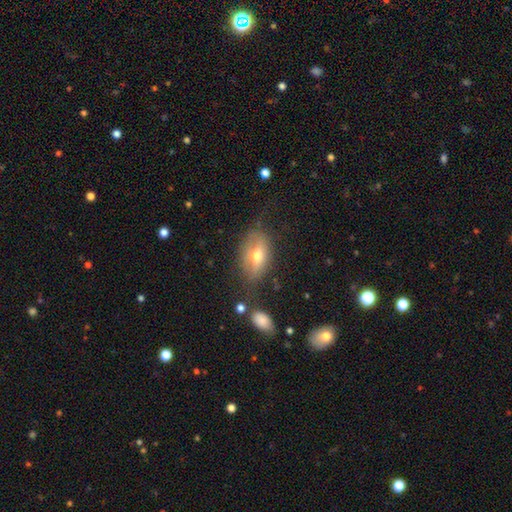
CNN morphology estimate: This is possibly a smooth galaxy (54%). How rounded: clearly in between (86%). Merging: possibly none (59%).